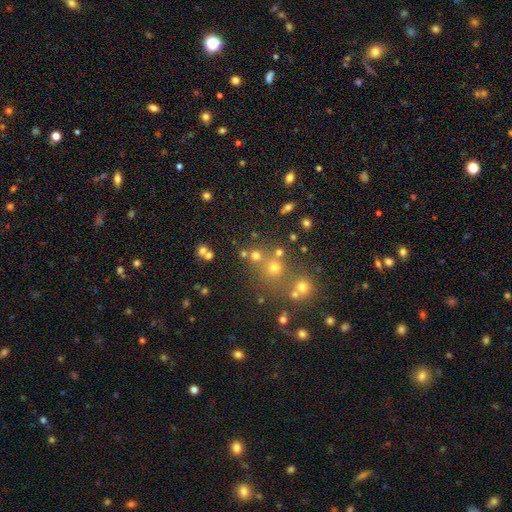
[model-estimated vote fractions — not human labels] Morphology: type=smooth (64%); roundness=round (89%); merging=none (68%).